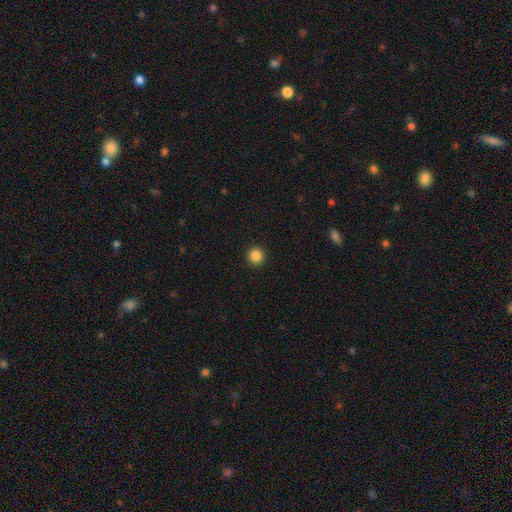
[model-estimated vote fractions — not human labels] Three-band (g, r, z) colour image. It shows a smooth galaxy with no disk features (86%) that is round (94%). Merging: none (93%).